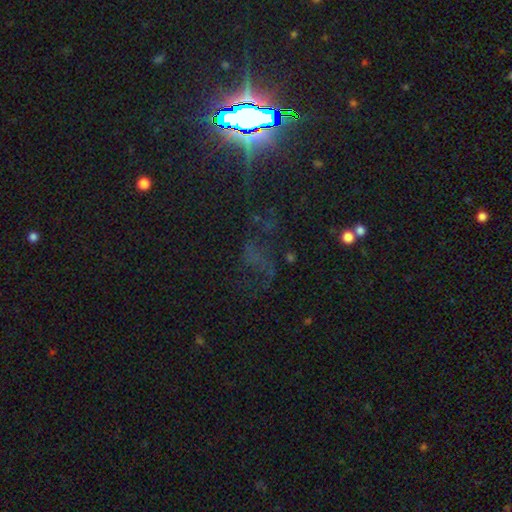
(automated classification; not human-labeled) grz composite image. It shows a star or artifact, not a galaxy (62%).